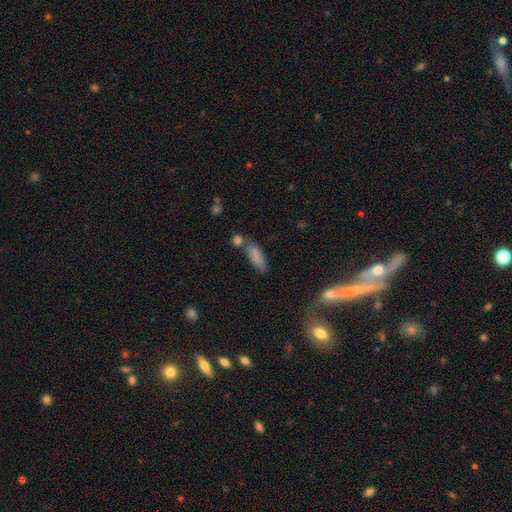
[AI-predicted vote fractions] smooth-or-featured: smooth: 81% | featured or disk: 11% | star or artifact: 8%
  how-rounded: in between: 59% | cigar-shaped: 38% | round: 2%
  merging: none: 54% | merger: 23% | minor disturbance: 17% | major disturbance: 6%